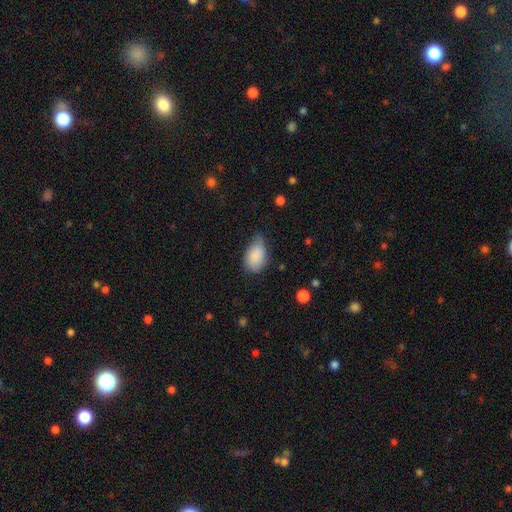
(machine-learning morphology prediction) A smooth galaxy with no disk features (85%) that is in between round and cigar-shaped (90%). Merging: minor disturbance (46%).